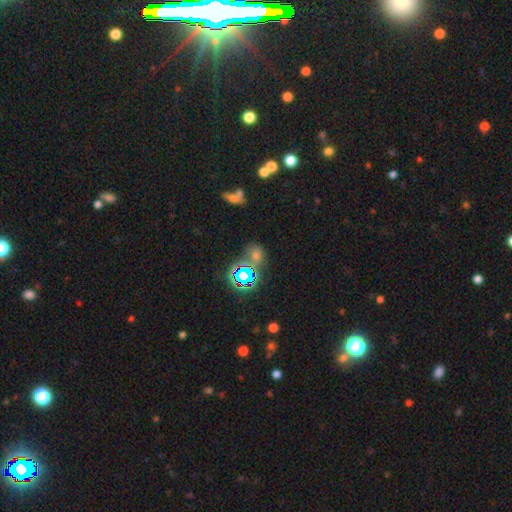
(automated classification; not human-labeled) This appears to be a star or artifact, not a galaxy (58%).